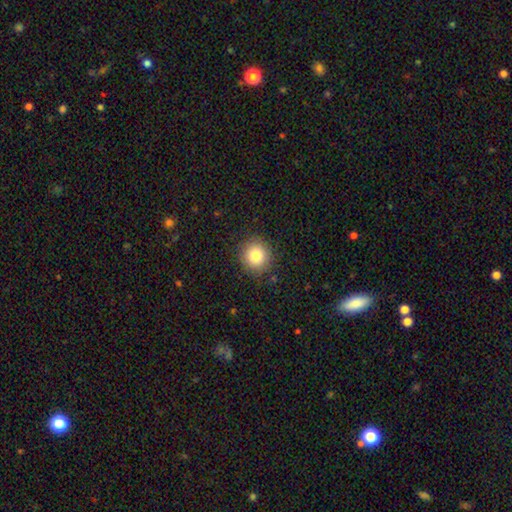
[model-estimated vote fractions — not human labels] Smooth or featured? smooth (82%)
How rounded? round (92%)
Merging? none (89%)